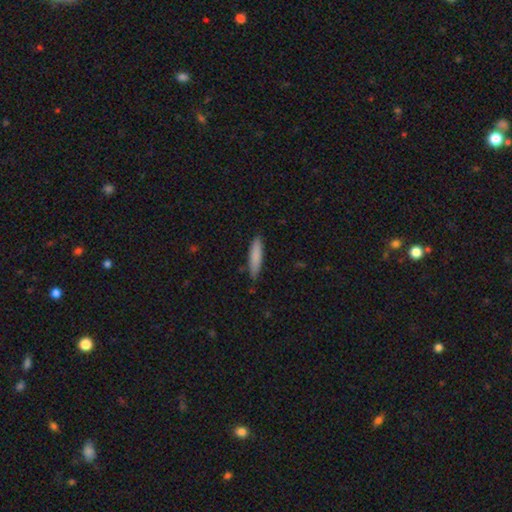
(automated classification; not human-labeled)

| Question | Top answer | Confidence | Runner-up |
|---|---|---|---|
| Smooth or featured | smooth | 84% | featured or disk (10%) |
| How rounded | cigar-shaped | 79% | in between (19%) |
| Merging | none | 82% | minor disturbance (14%) |